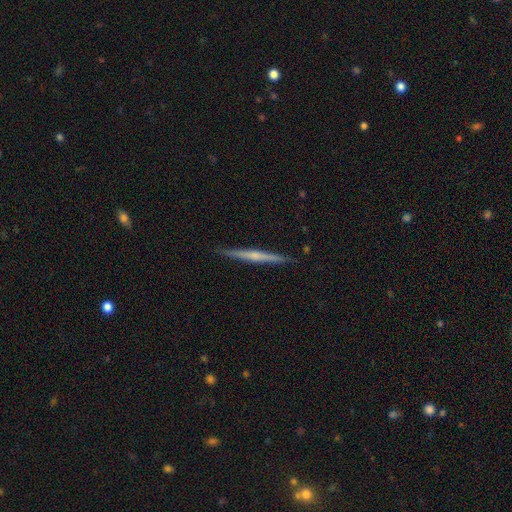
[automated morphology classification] A featured or disk galaxy (69%) viewed edge-on (98%) with a rounded central bulge (56%). Merging: none (91%).